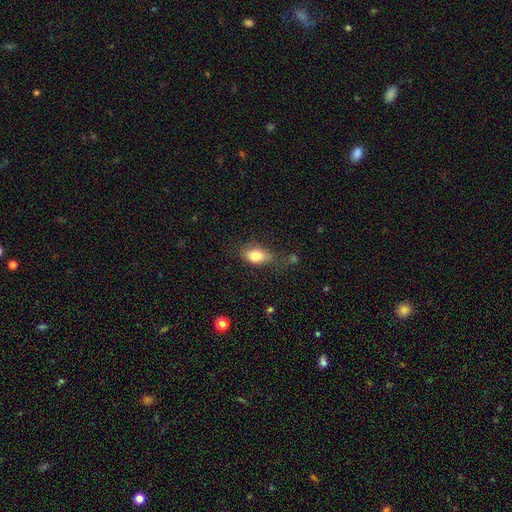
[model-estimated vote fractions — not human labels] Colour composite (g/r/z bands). It shows a smooth galaxy with no disk features (82%) that is in between round and cigar-shaped (88%). Merging: none (60%).